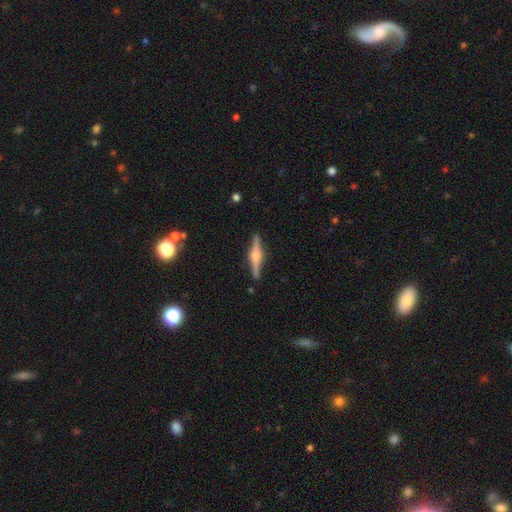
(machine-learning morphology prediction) Overall: featured or disk (80%). Edge-on disk: yes (98%). Edge-on bulge: rounded (88%). Merging: none (90%).